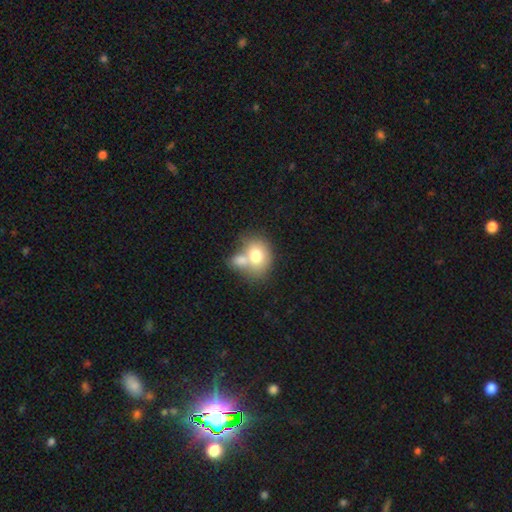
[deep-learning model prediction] This appears to be a smooth galaxy with no disk features (72%) that is in between round and cigar-shaped (51%). Merging: merger (56%).